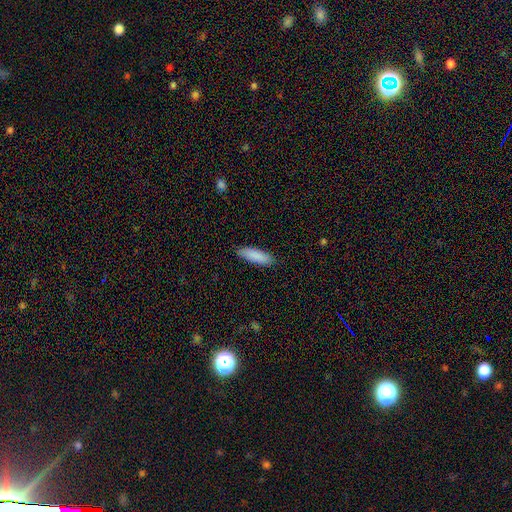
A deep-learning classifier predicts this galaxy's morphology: A smooth galaxy with no disk features (89%) that is in between round and cigar-shaped (51%).

Vote fractions:
- Smooth or featured? smooth: 89% / star or artifact: 6% / featured or disk: 5%
- How rounded? in between: 51% / cigar-shaped: 48% / round: 1%
- Merging? none: 89% / minor disturbance: 8% / major disturbance: 2% / merger: 1%